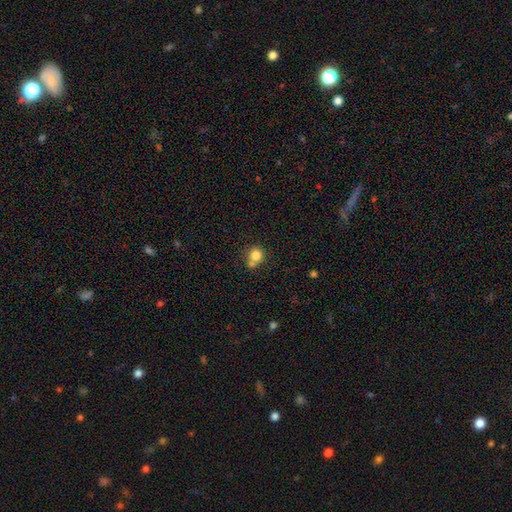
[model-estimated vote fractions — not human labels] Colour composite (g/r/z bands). It shows a smooth galaxy with no disk features (79%) that is round (86%). Merging: none (54%).